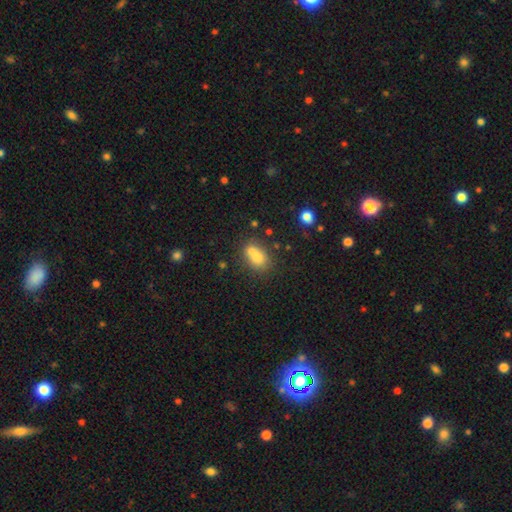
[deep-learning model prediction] Smooth or featured? smooth (75%)
How rounded? in between (71%)
Merging? merger (42%)